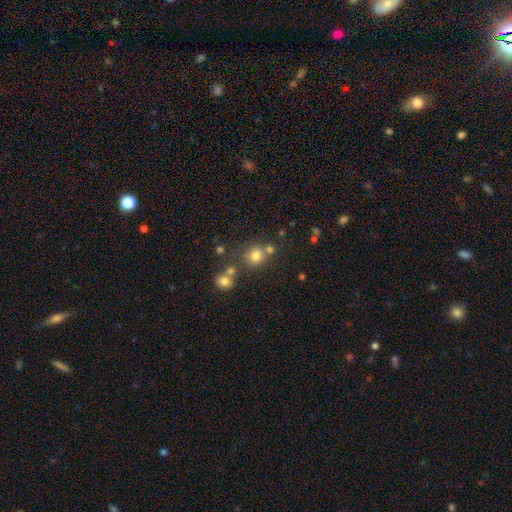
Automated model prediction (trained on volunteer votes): smooth 76%, star or artifact 16%, featured or disk 9%. Down the decision tree: how rounded — round (85%); merging — none (65%).